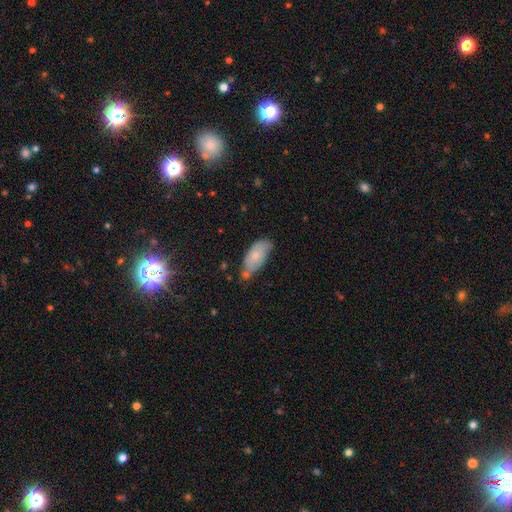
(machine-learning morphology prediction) smooth_or_featured: smooth (p=0.72) [alt: featured or disk p=0.21]
how_rounded: in between (p=0.90) [alt: cigar-shaped p=0.08]
merging: none (p=0.55) [alt: minor disturbance p=0.27]